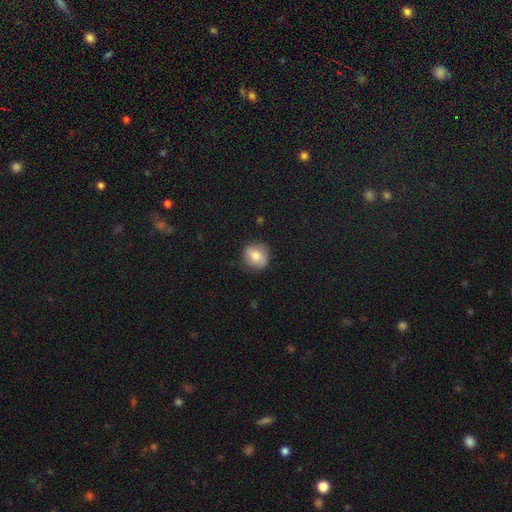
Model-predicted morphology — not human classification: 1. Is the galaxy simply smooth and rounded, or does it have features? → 76% smooth, 15% featured or disk, 8% star or artifact.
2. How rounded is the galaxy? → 81% round, 18% in between, 1% cigar-shaped.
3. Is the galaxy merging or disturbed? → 78% none, 16% minor disturbance, 4% major disturbance, 1% merger.